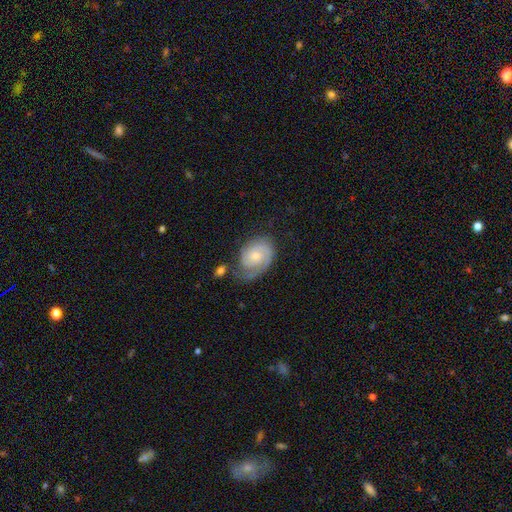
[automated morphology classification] This appears to be a featured or disk galaxy (80%) with no bar (71%), 2 (49%) tight (63%) spiral arms (96%) and a small central bulge (60%). Merging: none (60%).